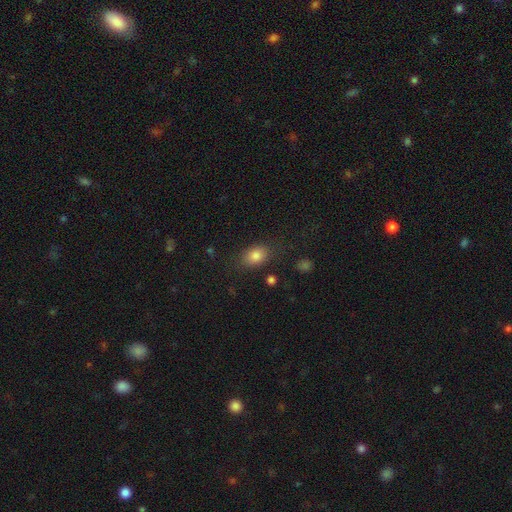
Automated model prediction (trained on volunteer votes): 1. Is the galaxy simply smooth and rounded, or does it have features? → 83% smooth, 10% star or artifact, 8% featured or disk.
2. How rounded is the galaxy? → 74% in between, 25% round, 2% cigar-shaped.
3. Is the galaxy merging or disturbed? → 79% none, 14% minor disturbance, 5% major disturbance, 3% merger.